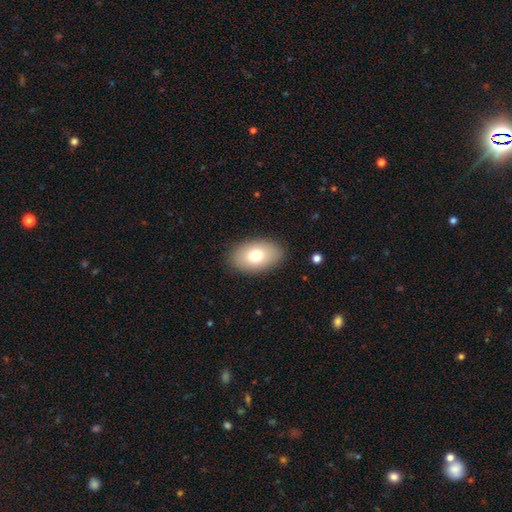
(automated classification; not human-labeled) This appears to be a smooth galaxy with no disk features (75%) that is in between round and cigar-shaped (90%). Merging: none (87%).